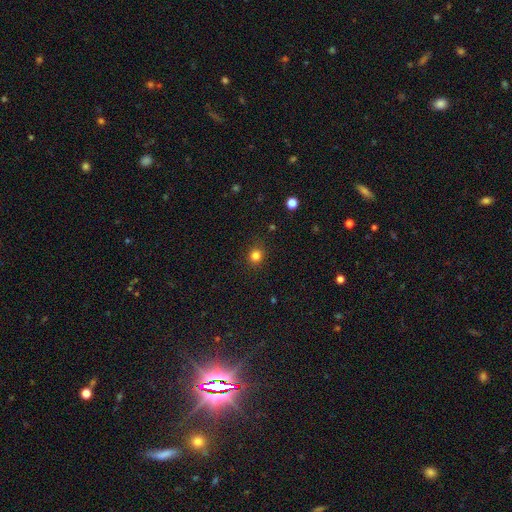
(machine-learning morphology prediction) A smooth galaxy with no disk features (82%) that is round (85%). Merging: none (88%).